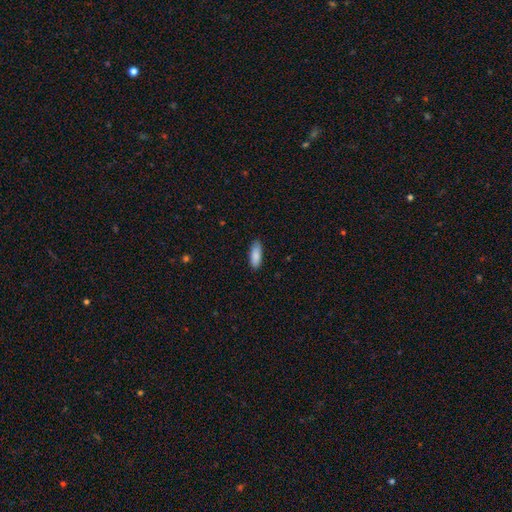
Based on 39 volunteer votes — smooth 90%, star or artifact 8%, featured or disk 3%. Down the decision tree: how rounded — in between (60%); merging — none (81%).